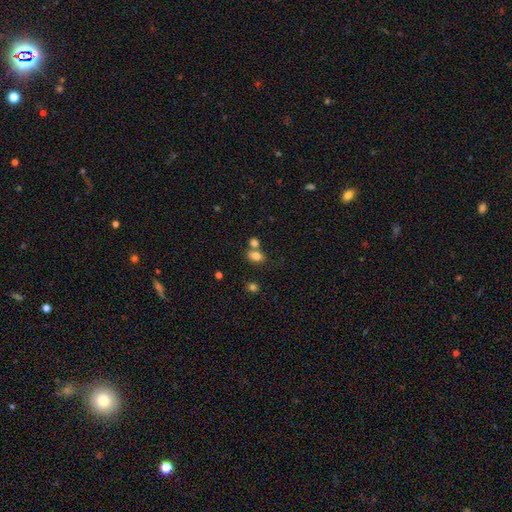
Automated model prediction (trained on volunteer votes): smooth_or_featured: smooth (p=0.80) [alt: star or artifact p=0.11]
how_rounded: in between (p=0.77) [alt: round p=0.22]
merging: none (p=0.50) [alt: merger p=0.35]